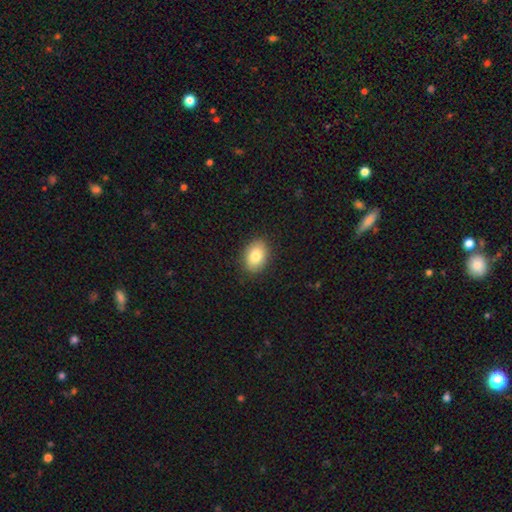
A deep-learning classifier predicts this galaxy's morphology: smooth_or_featured: smooth (p=0.83) [alt: featured or disk p=0.09]
how_rounded: in between (p=0.81) [alt: round p=0.18]
merging: none (p=0.89) [alt: minor disturbance p=0.08]